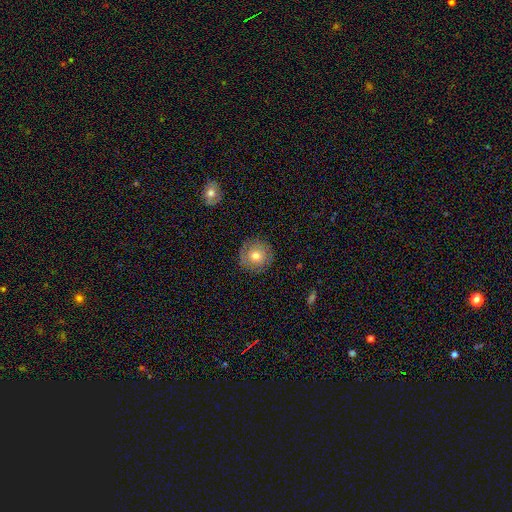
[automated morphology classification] A smooth galaxy with no disk features (58%) that is round (94%). Merging: none (86%).